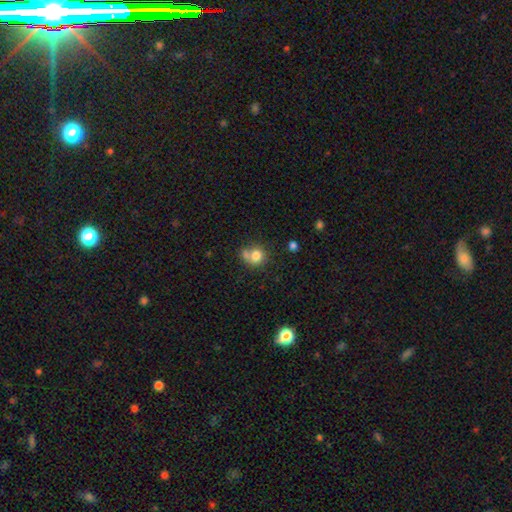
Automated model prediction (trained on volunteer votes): Smooth or featured: smooth — 79% (featured or disk — 11%)
How rounded: round — 79% (in between — 20%)
Merging: none — 44% (merger — 37%)